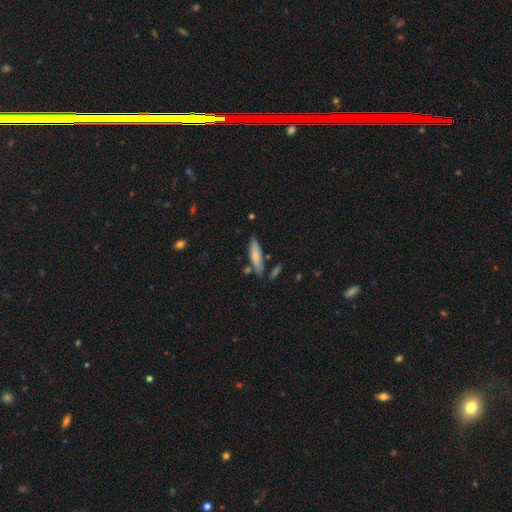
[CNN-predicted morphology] A smooth galaxy with no disk features (77%) that is cigar-shaped (62%).

Vote fractions:
- Smooth or featured? smooth: 77% / featured or disk: 18% / star or artifact: 6%
- How rounded? cigar-shaped: 62% / in between: 36% / round: 2%
- Merging? none: 74% / minor disturbance: 15% / merger: 7% / major disturbance: 3%